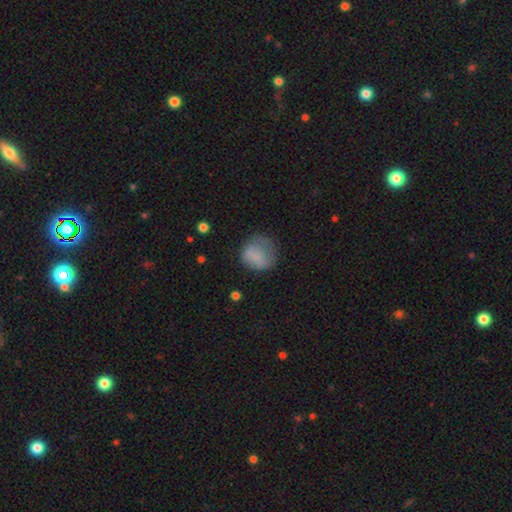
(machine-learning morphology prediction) The model was most divided on "merging": none: 55%, minor disturbance: 26%, major disturbance: 17%, merger: 2%. More confident: how rounded — round (79%); smooth or featured — smooth (75%).